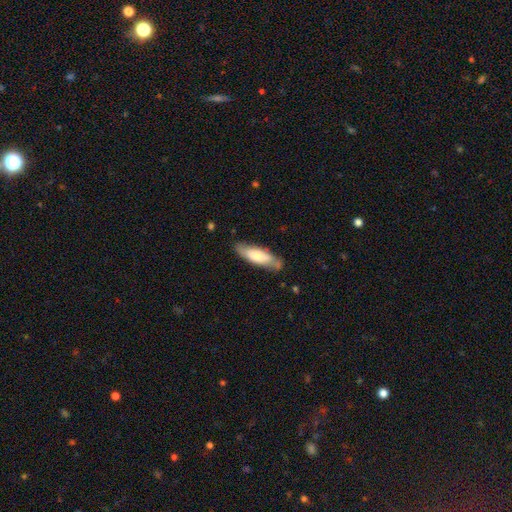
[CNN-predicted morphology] Smooth or featured? smooth (58%)
How rounded? cigar-shaped (55%)
Merging? none (77%)